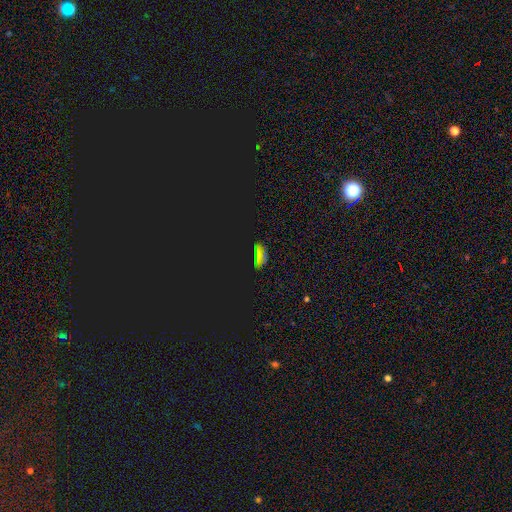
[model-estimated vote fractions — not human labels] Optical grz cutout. It shows a star or artifact, not a galaxy (62%).